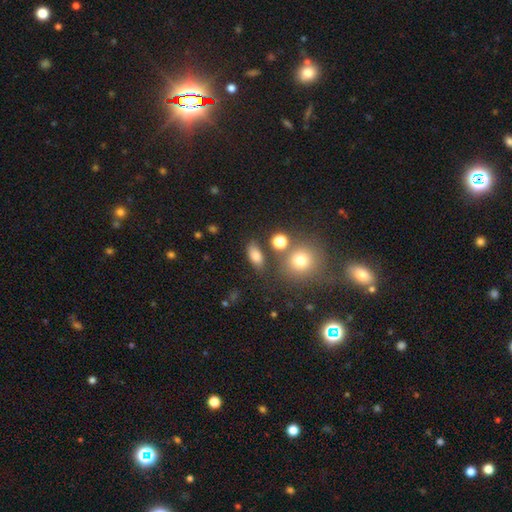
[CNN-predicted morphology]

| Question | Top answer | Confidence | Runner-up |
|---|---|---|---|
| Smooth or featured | smooth | 77% | star or artifact (14%) |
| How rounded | in between | 80% | round (14%) |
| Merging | none | 75% | minor disturbance (12%) |